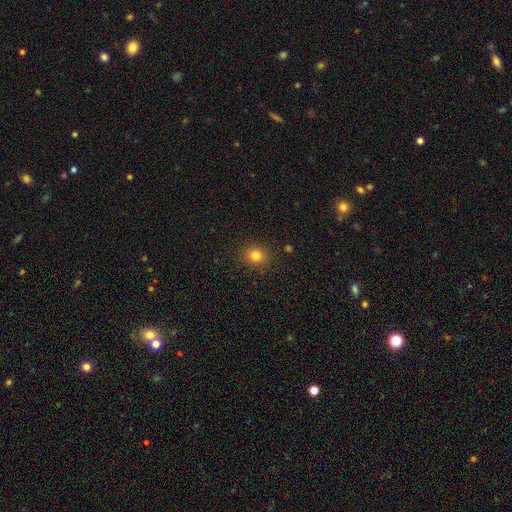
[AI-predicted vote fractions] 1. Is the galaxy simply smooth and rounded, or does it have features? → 80% smooth, 14% star or artifact, 6% featured or disk.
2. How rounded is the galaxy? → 81% round, 19% in between, 1% cigar-shaped.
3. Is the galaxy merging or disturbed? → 89% none, 7% minor disturbance, 2% major disturbance, 1% merger.